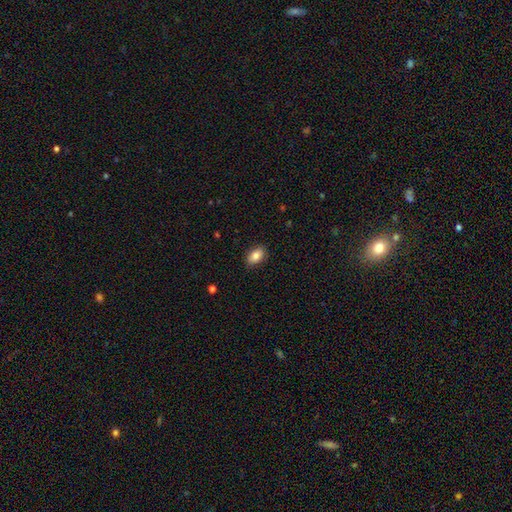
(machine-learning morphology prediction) Smooth or featured? smooth (85%)
How rounded? in between (89%)
Merging? none (88%)